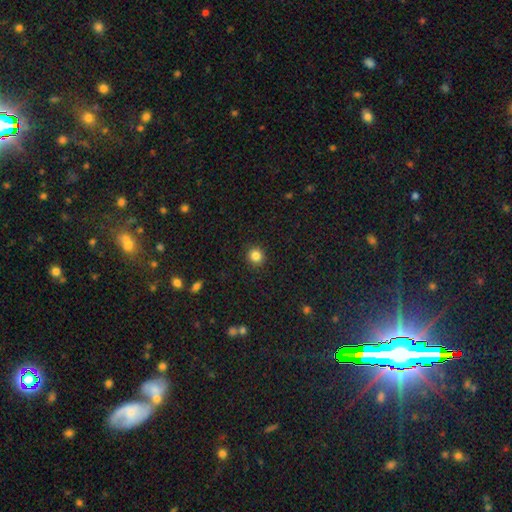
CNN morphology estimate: This appears to be a smooth galaxy with no disk features (85%) that is round (92%). Merging: none (92%).